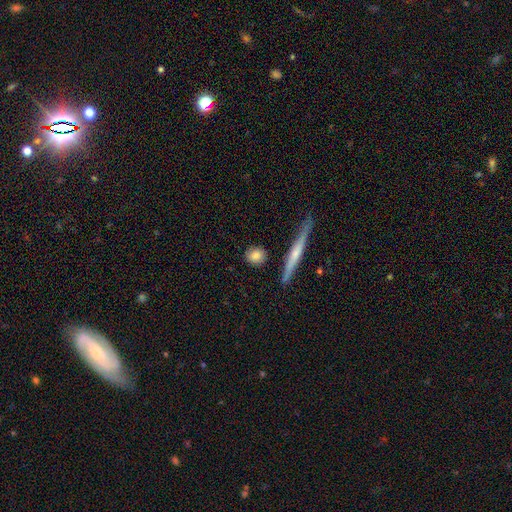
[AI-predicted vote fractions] This appears to be a smooth galaxy with no disk features (80%) that is round (70%). Merging: none (84%).